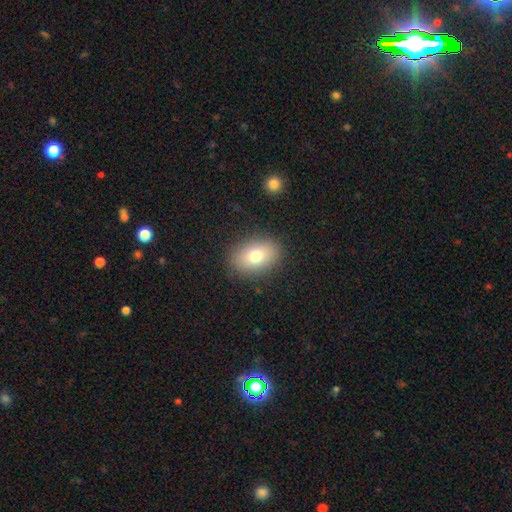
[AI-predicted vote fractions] smooth-or-featured: smooth: 76% | featured or disk: 13% | star or artifact: 10%
  how-rounded: in between: 70% | round: 28% | cigar-shaped: 1%
  merging: none: 87% | minor disturbance: 9% | major disturbance: 3% | merger: 1%